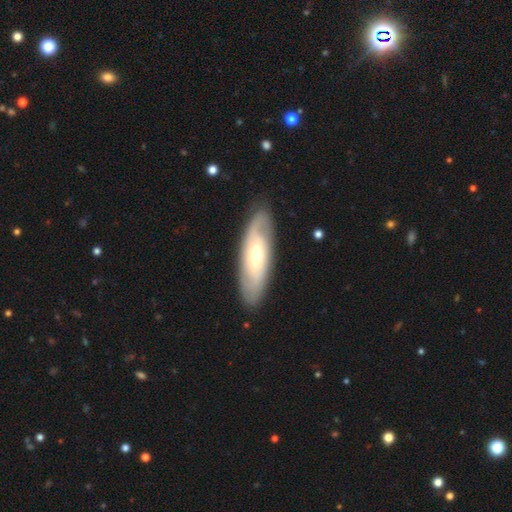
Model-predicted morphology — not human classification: smooth-or-featured: featured or disk: 61% | smooth: 34% | star or artifact: 5%
  disk-edge-on: no: 77% | yes: 23%
  merging: none: 83% | minor disturbance: 12% | major disturbance: 4% | merger: 1%